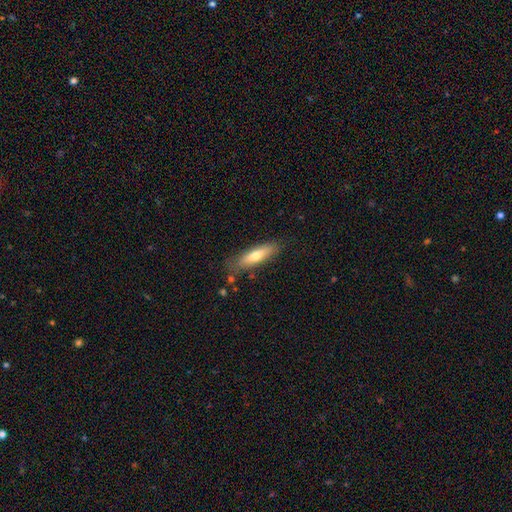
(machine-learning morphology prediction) Smooth or featured? Predicted: smooth (p=0.64). How rounded? Predicted: cigar-shaped (p=0.68). Merging? Predicted: none (p=0.79).